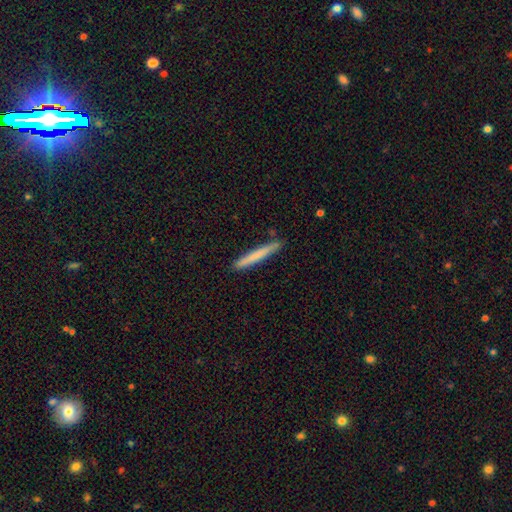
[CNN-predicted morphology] This is likely a smooth galaxy (72%). How rounded: clearly cigar-shaped (97%). Merging: clearly none (88%).